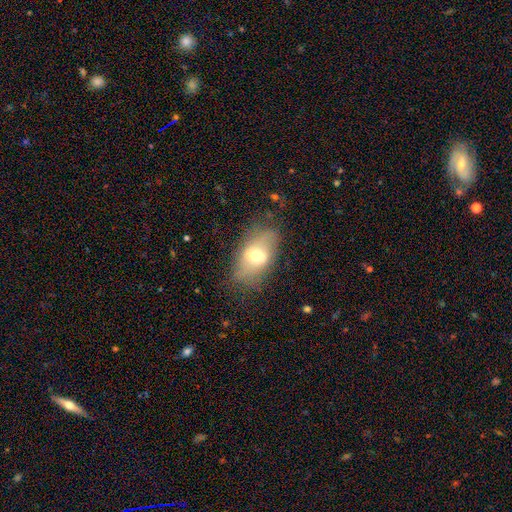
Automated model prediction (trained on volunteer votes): smooth 54%, featured or disk 37%, star or artifact 9%. Down the decision tree: how rounded — in between (86%); merging — none (69%).